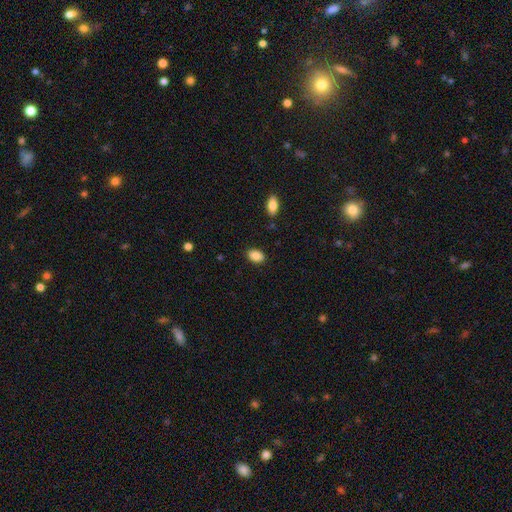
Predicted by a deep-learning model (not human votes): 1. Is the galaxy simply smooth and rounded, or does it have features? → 87% smooth, 8% star or artifact, 5% featured or disk.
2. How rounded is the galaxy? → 86% in between, 12% round, 1% cigar-shaped.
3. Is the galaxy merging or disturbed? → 87% none, 9% minor disturbance, 2% major disturbance, 1% merger.